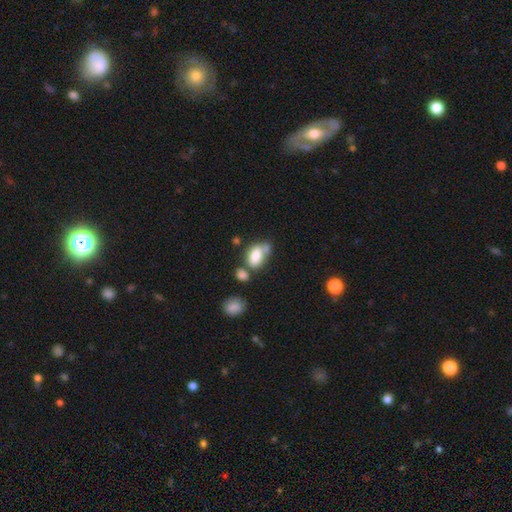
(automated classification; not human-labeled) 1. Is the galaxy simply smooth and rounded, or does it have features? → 77% smooth, 14% featured or disk, 9% star or artifact.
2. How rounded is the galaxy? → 87% in between, 11% round, 2% cigar-shaped.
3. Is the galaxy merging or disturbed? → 39% merger, 32% none, 19% minor disturbance, 10% major disturbance.